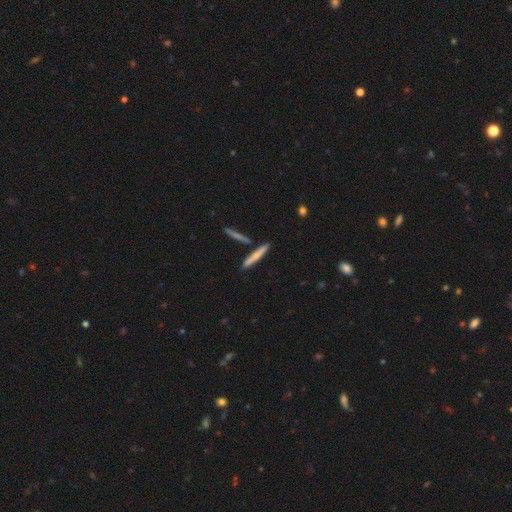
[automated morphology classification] A smooth galaxy with no disk features (58%) that is cigar-shaped (93%).

Vote fractions:
- Smooth or featured? smooth: 58% / featured or disk: 36% / star or artifact: 7%
- How rounded? cigar-shaped: 93% / in between: 5% / round: 2%
- Merging? none: 80% / merger: 9% / minor disturbance: 8% / major disturbance: 2%